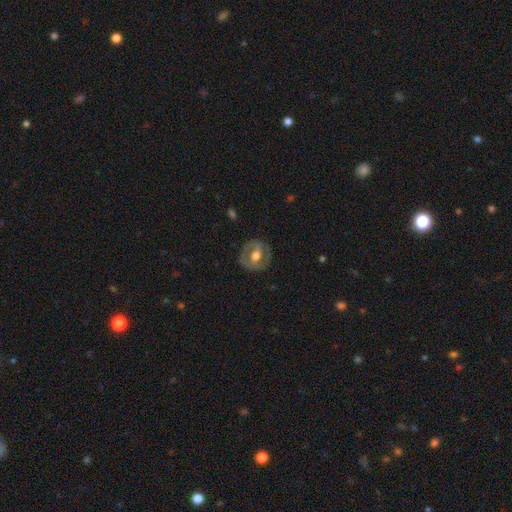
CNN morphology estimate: smooth_or_featured: featured or disk (p=0.66) [alt: smooth p=0.29]
disk_edge_on: no (p=0.94) [alt: yes p=0.06]
bar: weak (p=0.39) [alt: no p=0.31]
has_spiral_arms: no (p=0.57) [alt: yes p=0.43]
bulge_size: moderate (p=0.72) [alt: large p=0.18]
merging: none (p=0.82) [alt: minor disturbance p=0.12]